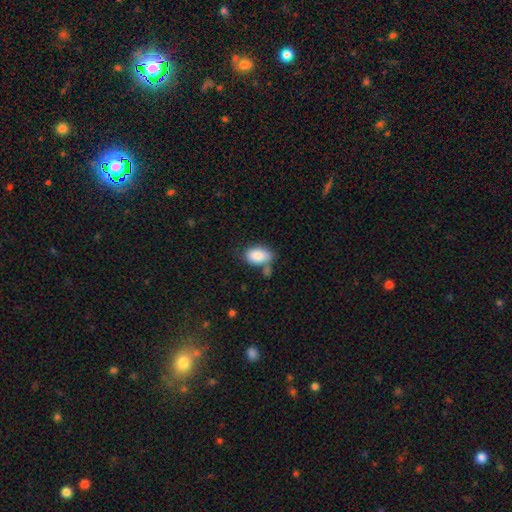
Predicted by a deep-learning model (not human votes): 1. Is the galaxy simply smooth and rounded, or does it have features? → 87% smooth, 7% star or artifact, 6% featured or disk.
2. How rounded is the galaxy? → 91% in between, 7% round, 2% cigar-shaped.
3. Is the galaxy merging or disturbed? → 55% none, 22% minor disturbance, 16% merger, 7% major disturbance.